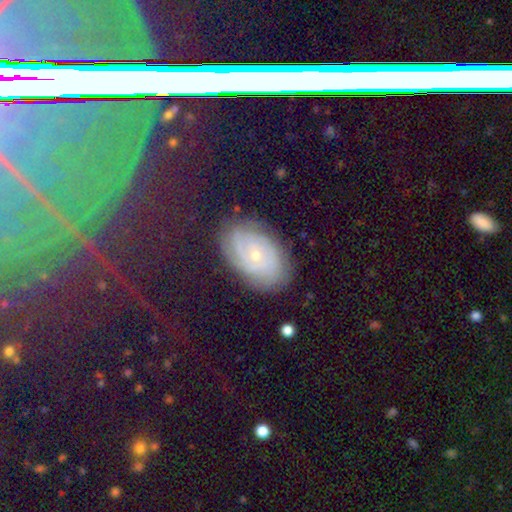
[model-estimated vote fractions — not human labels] Morphology: type=featured or disk (70%); edge-on=no (96%); bar=no (75%); spiral arms=yes (91%); winding=tight (72%); arm count=can't tell (44%); bulge=small (76%); merging=none (80%).